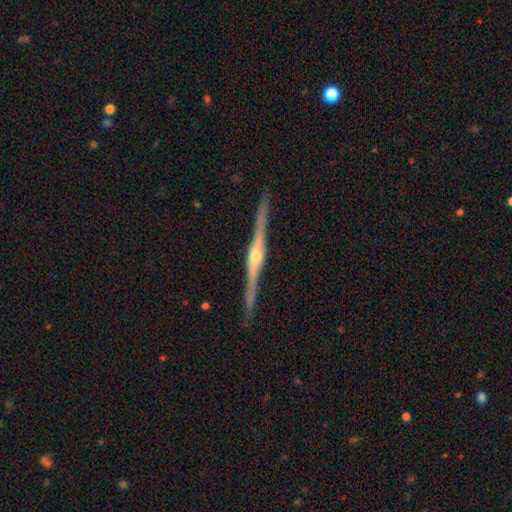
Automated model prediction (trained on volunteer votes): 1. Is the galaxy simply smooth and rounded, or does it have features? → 88% featured or disk, 7% smooth, 5% star or artifact.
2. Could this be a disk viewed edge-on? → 99% yes, 1% no.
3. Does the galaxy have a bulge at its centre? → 87% rounded, 8% boxy, 5% none.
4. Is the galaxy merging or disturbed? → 92% none, 6% minor disturbance, 1% major disturbance, 1% merger.